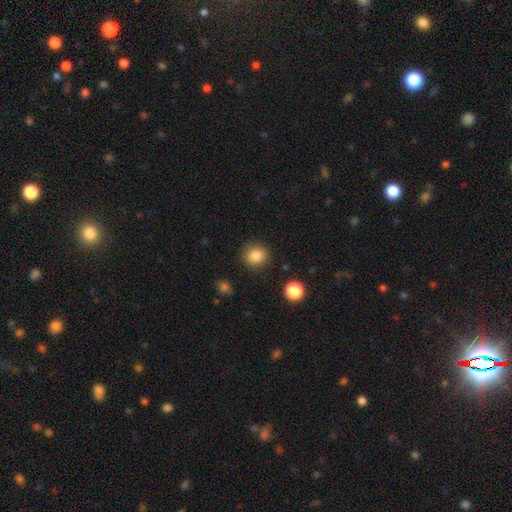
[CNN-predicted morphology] A smooth galaxy with no disk features (85%) that is round (87%). Merging: none (89%).